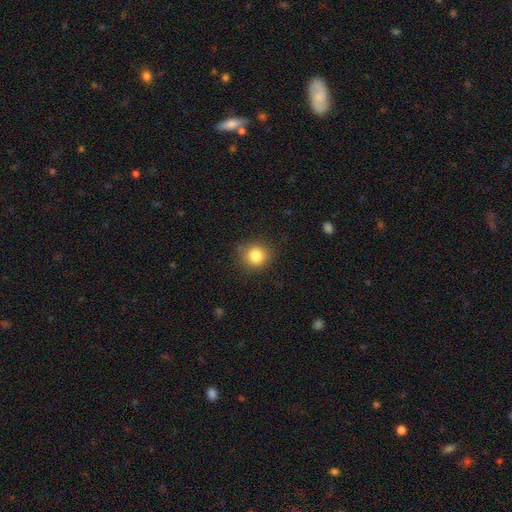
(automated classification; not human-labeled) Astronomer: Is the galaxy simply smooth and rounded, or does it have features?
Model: smooth — 84%.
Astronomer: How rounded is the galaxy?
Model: round — 88%.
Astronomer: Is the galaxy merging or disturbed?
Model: none — 87%.